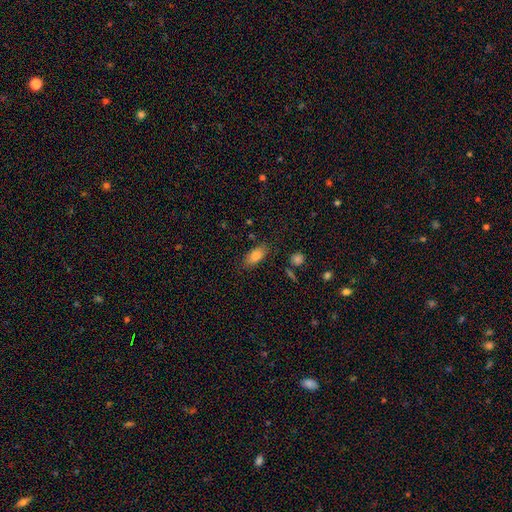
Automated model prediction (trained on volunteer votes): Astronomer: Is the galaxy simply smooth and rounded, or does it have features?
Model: smooth — 82%.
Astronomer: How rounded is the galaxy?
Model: in between — 87%.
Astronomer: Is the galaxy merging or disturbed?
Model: none — 79%.